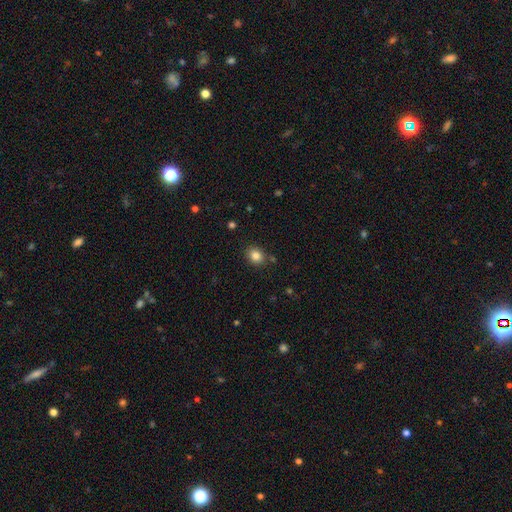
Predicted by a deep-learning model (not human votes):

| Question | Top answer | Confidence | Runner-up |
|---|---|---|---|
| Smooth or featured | smooth | 84% | star or artifact (11%) |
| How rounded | round | 56% | in between (44%) |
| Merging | none | 83% | minor disturbance (11%) |